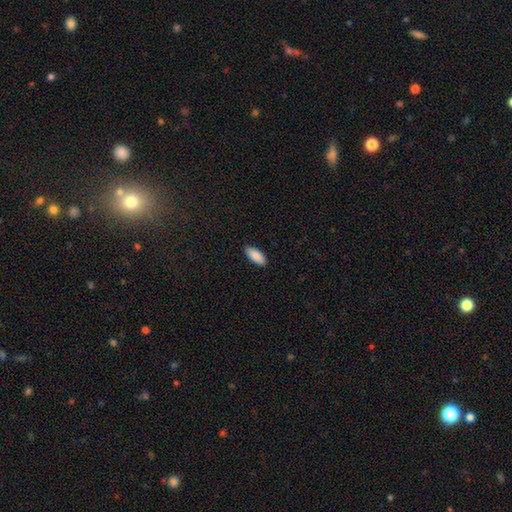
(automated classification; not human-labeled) Morphology: type=smooth (89%); roundness=in between (85%); merging=none (90%).